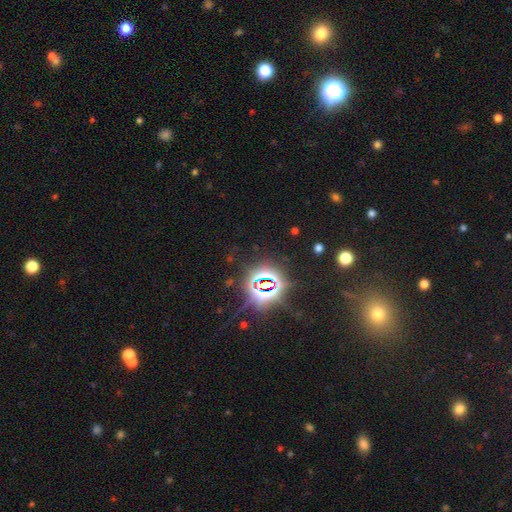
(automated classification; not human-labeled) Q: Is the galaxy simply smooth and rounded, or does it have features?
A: star or artifact — 80%.